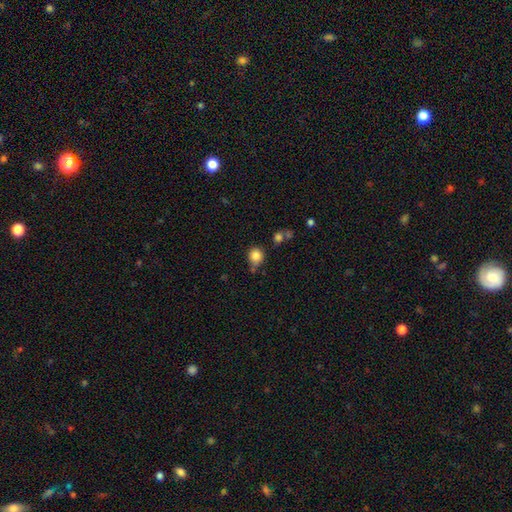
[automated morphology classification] smooth-or-featured: smooth: 84% | star or artifact: 10% | featured or disk: 6%
  how-rounded: round: 83% | in between: 16% | cigar-shaped: 1%
  merging: none: 66% | minor disturbance: 19% | merger: 10% | major disturbance: 5%